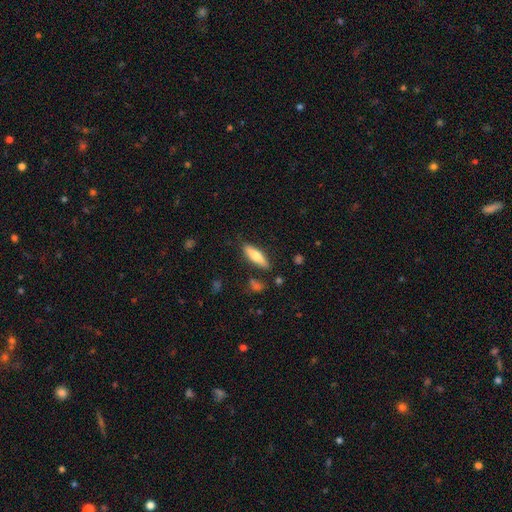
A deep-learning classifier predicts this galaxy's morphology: smooth_or_featured: smooth (p=0.66) [alt: featured or disk p=0.29]
how_rounded: cigar-shaped (p=0.62) [alt: in between p=0.36]
merging: none (p=0.82) [alt: minor disturbance p=0.12]